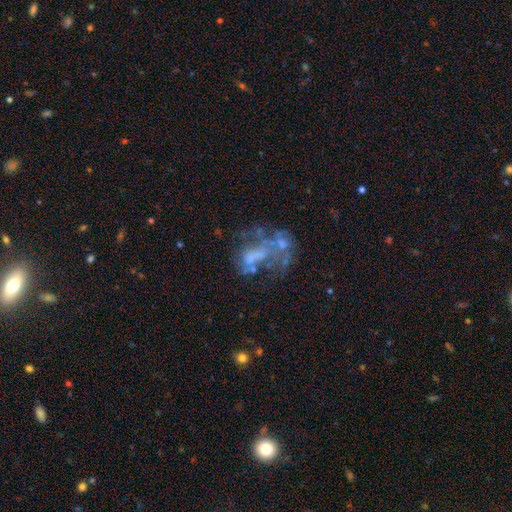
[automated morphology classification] The model was most divided on "merging": major disturbance: 36%, none: 29%, merger: 22%, minor disturbance: 14%. More confident: edge-on disk — no (98%); bar — no (83%); spiral arms — no (83%); smooth or featured — featured or disk (64%); bulge size — none (63%).